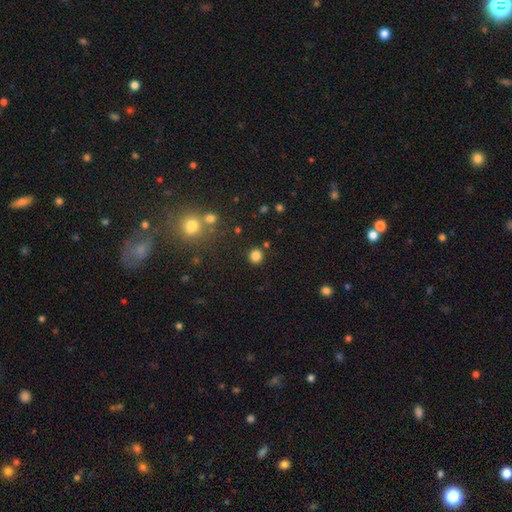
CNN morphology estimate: This appears to be a smooth galaxy with no disk features (83%) that is round (88%). Merging: none (87%).